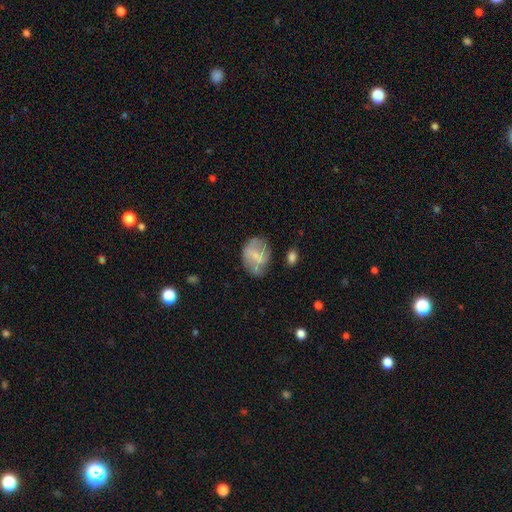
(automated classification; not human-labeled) This is possibly a featured or disk galaxy (46%, tied with smooth). Merging: possibly none (52%).